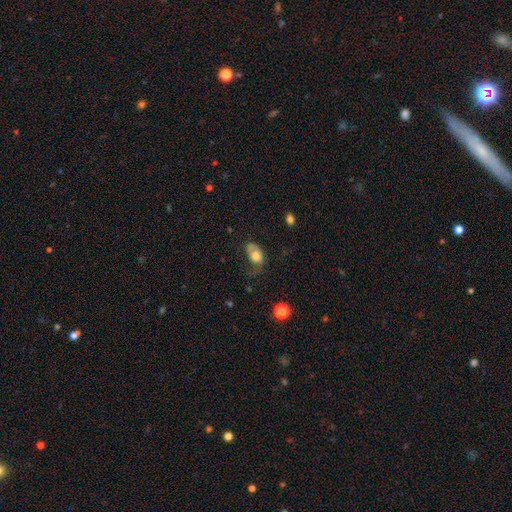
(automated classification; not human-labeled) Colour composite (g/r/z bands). It shows a smooth galaxy with no disk features (65%) that is in between round and cigar-shaped (82%). Merging: major disturbance (35%).